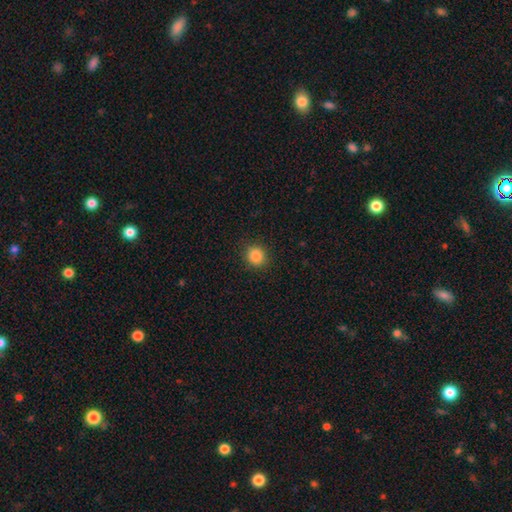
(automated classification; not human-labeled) The model was most divided on "how rounded": round: 83%, in between: 16%, cigar-shaped: 1%. More confident: merging — none (90%); smooth or featured — smooth (85%).